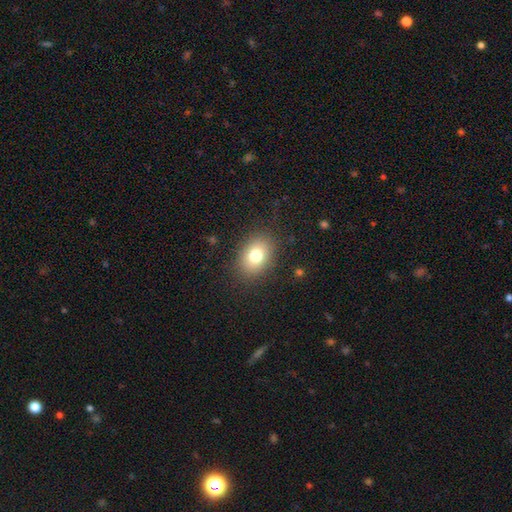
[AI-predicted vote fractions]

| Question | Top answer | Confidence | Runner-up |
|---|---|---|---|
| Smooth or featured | smooth | 77% | featured or disk (12%) |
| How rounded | in between | 72% | round (27%) |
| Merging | none | 85% | minor disturbance (10%) |